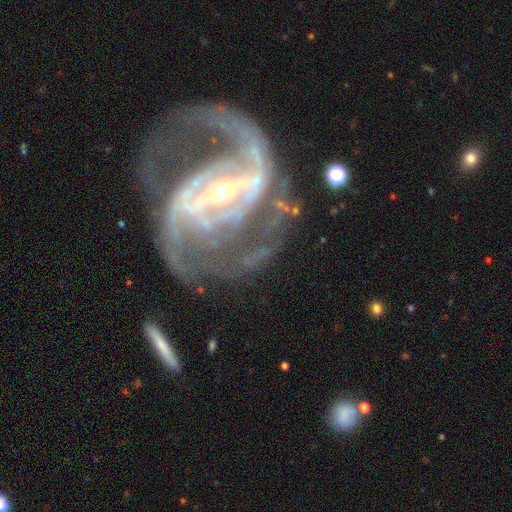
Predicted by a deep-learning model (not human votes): A featured or disk galaxy (92%) with a strong bar (72%), 2 (67%) medium (53%) spiral arms (97%) and a small central bulge (79%).

Vote fractions:
- Smooth or featured? featured or disk: 92% / star or artifact: 5% / smooth: 3%
- Edge-on disk? no: 97% / yes: 3%
- Bar? strong: 72% / weak: 20% / no: 8%
- Spiral arms? yes: 97% / no: 3%
- Spiral winding? medium: 53% / tight: 25% / loose: 22%
- Spiral arm count? 2: 67% / 3: 11% / can't tell: 8% / 4: 5% / 1: 4% / more than 4: 4%
- Bulge size? small: 79% / moderate: 17% / large: 2% / none: 1% / dominant: 1%
- Merging? none: 55% / major disturbance: 24% / minor disturbance: 17% / merger: 4%